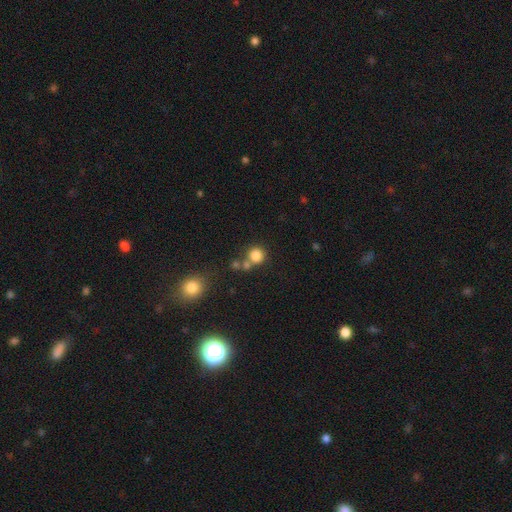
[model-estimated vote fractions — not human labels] A smooth galaxy with no disk features (82%) that is round (90%). Merging: none (63%).